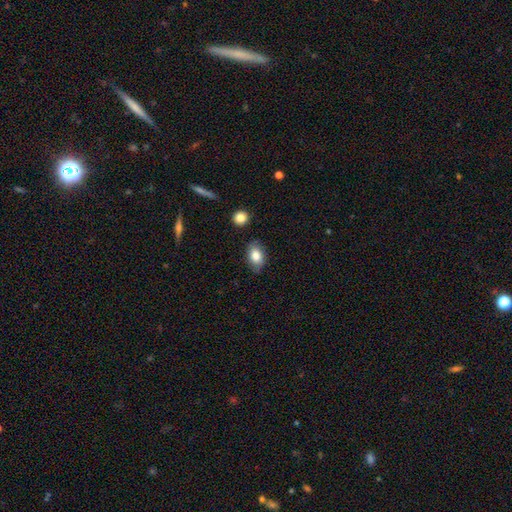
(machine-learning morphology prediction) This appears to be a smooth galaxy with no disk features (80%) that is in between round and cigar-shaped (84%). Merging: none (79%).